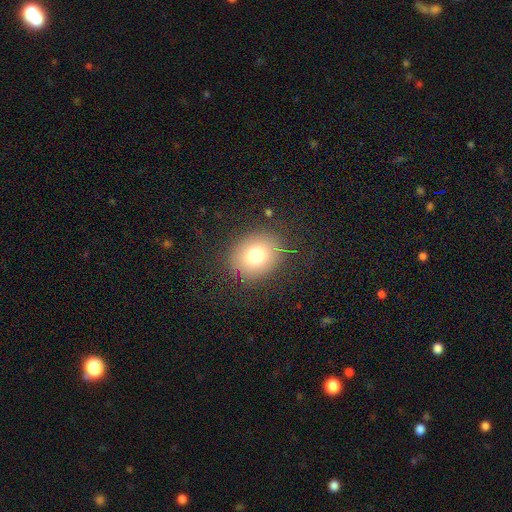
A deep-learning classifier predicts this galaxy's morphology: smooth-or-featured: smooth: 76% | star or artifact: 13% | featured or disk: 11%
  how-rounded: round: 61% | in between: 38% | cigar-shaped: 1%
  merging: none: 83% | minor disturbance: 10% | major disturbance: 5% | merger: 1%